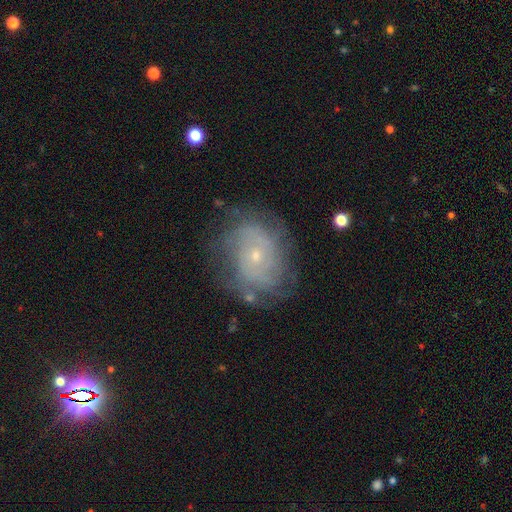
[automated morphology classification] smooth-or-featured: featured or disk: 71% | smooth: 20% | star or artifact: 9%
  disk-edge-on: no: 97% | yes: 3%
    bar: no: 82% | weak: 15% | strong: 3%
    has-spiral-arms: yes: 81% | no: 19%
      spiral-winding: tight: 61% | medium: 28% | loose: 11%
      spiral-arm-count: can't tell: 52% | 2: 18% | 3: 11% | 4: 9% | more than 4: 6% | 1: 5%
    bulge-size: small: 78% | moderate: 18% | none: 1% | large: 1% | dominant: 1%
  merging: none: 69% | minor disturbance: 19% | major disturbance: 10% | merger: 2%